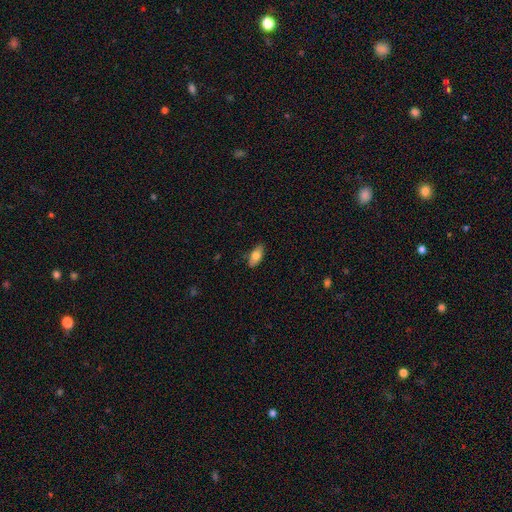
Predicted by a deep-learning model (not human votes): A smooth galaxy with no disk features (75%) that is in between round and cigar-shaped (85%). Merging: none (84%).